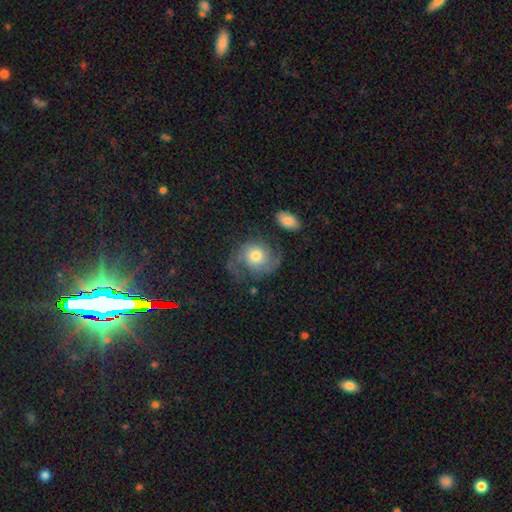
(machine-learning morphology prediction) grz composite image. It shows a featured or disk galaxy (72%) with no bar (77%), 2 (80%) medium (46%) spiral arms (93%) and a moderate central bulge (64%). Merging: none (57%).